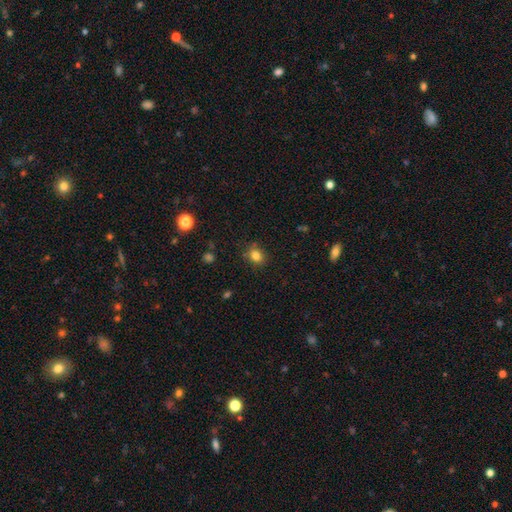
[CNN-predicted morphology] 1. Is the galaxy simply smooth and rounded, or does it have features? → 81% smooth, 13% star or artifact, 6% featured or disk.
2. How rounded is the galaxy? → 63% round, 36% in between, 1% cigar-shaped.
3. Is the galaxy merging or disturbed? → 82% none, 12% minor disturbance, 3% major disturbance, 3% merger.